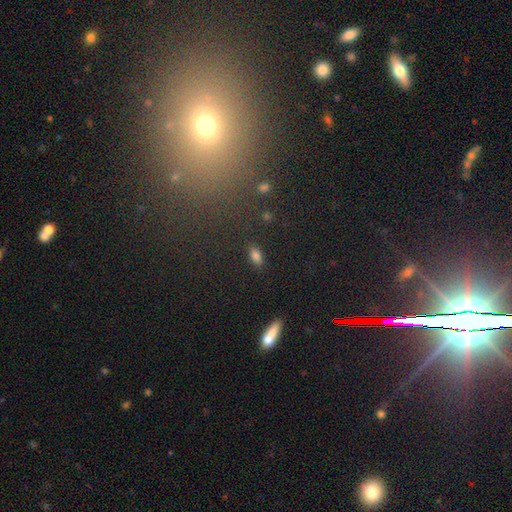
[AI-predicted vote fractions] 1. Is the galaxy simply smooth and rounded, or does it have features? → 82% smooth, 12% star or artifact, 7% featured or disk.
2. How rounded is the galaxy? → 87% in between, 8% cigar-shaped, 4% round.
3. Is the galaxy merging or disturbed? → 86% none, 9% minor disturbance, 3% major disturbance, 2% merger.